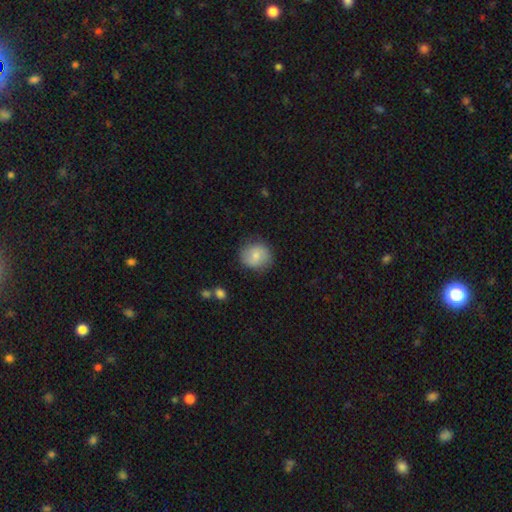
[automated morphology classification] type=smooth (72%); roundness=round (84%); merging=none (81%).